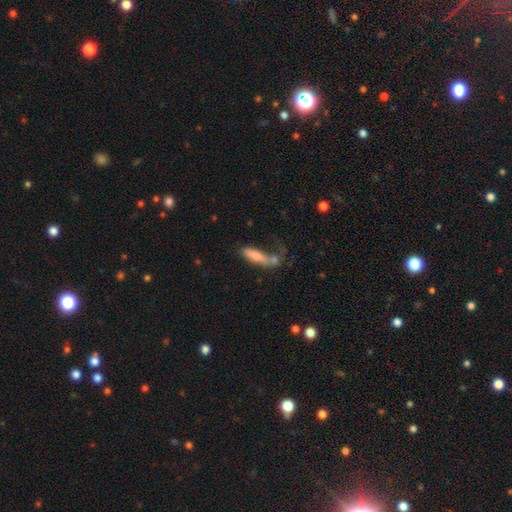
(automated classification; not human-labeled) Smooth or featured?
  - smooth: 69% *
  - featured or disk: 24%
  - star or artifact: 8%
How rounded?
  - cigar-shaped: 66% *
  - in between: 32%
  - round: 2%
Merging?
  - none: 31% *
  - merger: 30%
  - major disturbance: 21%
  - minor disturbance: 18%